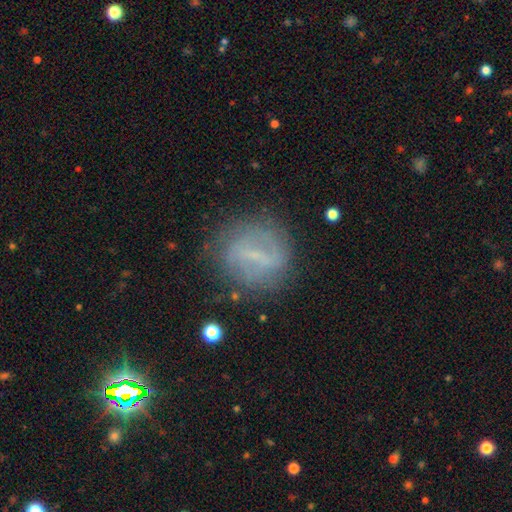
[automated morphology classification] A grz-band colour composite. It shows a featured or disk galaxy (55%). Merging: none (77%).